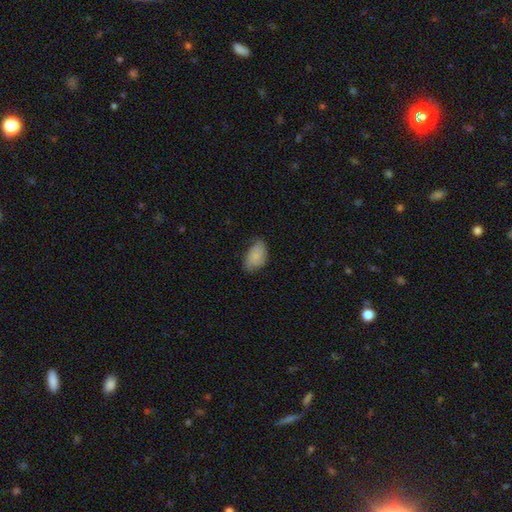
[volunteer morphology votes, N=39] smooth 87%, featured or disk 10%, star or artifact 3%. Down the decision tree: how rounded — in between (82%); merging — none (53%).